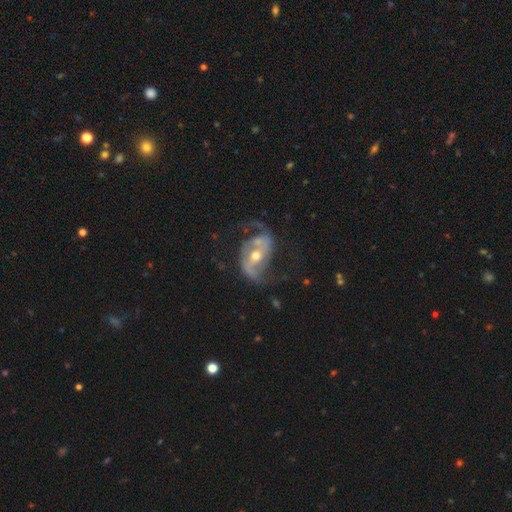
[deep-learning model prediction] smooth-or-featured: featured or disk: 88% | smooth: 7% | star or artifact: 5%
  disk-edge-on: no: 97% | yes: 3%
    bar: strong: 39% | weak: 36% | no: 25%
    has-spiral-arms: yes: 95% | no: 5%
      spiral-winding: loose: 48% | medium: 41% | tight: 10%
      spiral-arm-count: 2: 91% | can't tell: 3% | 1: 2% | 3: 2% | 4: 1% | more than 4: 1%
    bulge-size: moderate: 63% | small: 32% | large: 3% | none: 1% | dominant: 1%
  merging: none: 65% | major disturbance: 17% | minor disturbance: 16% | merger: 3%